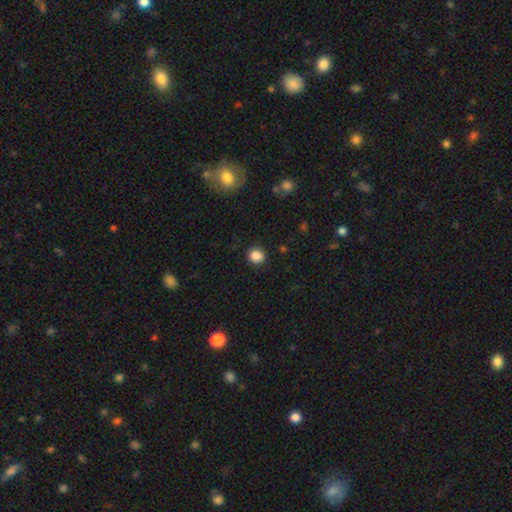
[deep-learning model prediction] Smooth or featured? Predicted: smooth (p=0.86). How rounded? Predicted: round (p=0.88). Merging? Predicted: none (p=0.90).